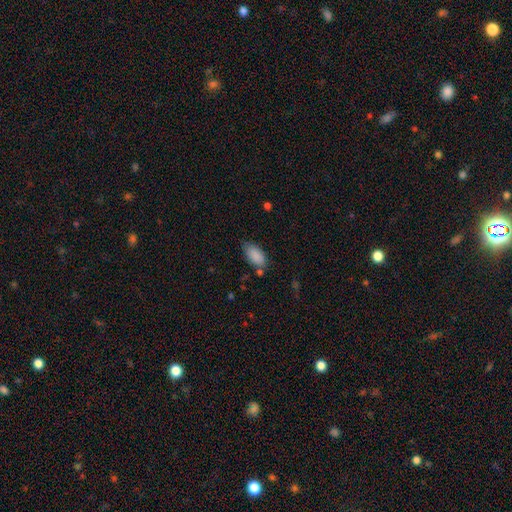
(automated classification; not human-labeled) A smooth galaxy with no disk features (88%) that is in between round and cigar-shaped (93%).

Vote fractions:
- Smooth or featured? smooth: 88% / star or artifact: 7% / featured or disk: 5%
- How rounded? in between: 93% / cigar-shaped: 4% / round: 3%
- Merging? none: 65% / minor disturbance: 24% / merger: 6% / major disturbance: 5%